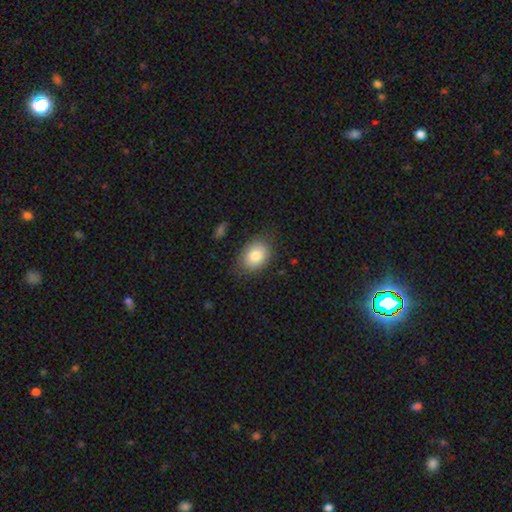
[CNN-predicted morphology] A smooth galaxy with no disk features (82%) that is in between round and cigar-shaped (71%). Merging: none (78%).